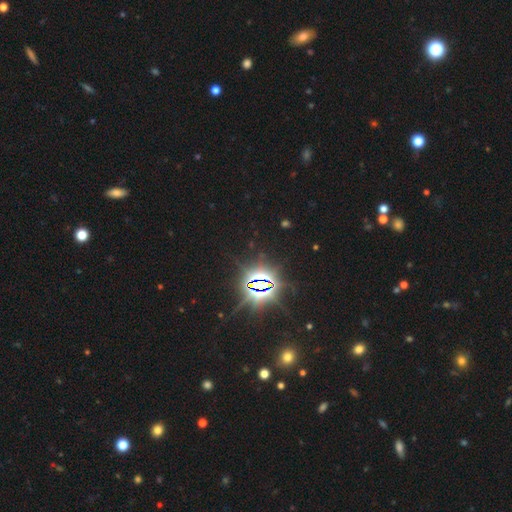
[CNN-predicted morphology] Q: Smooth or featured?
A: star or artifact (83%); runner-up: smooth (10%)